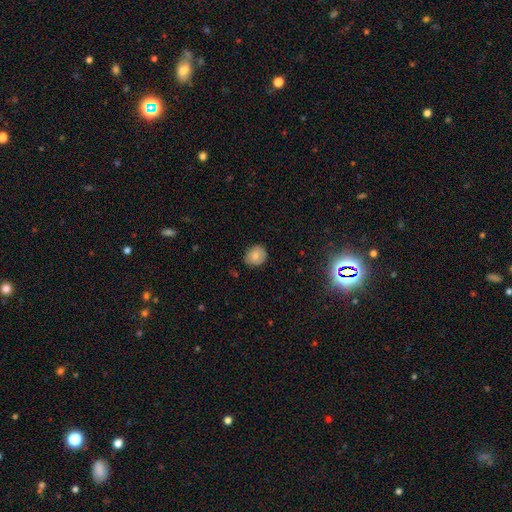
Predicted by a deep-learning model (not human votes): smooth 79%, featured or disk 12%, star or artifact 9%. Down the decision tree: how rounded — round (68%); merging — none (78%).